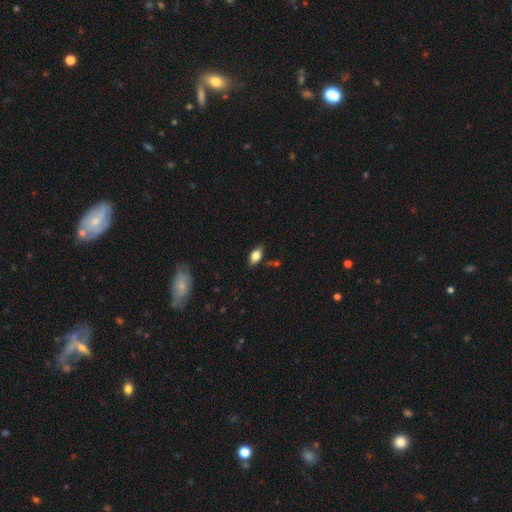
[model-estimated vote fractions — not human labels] Smooth or featured? smooth (75%)
How rounded? in between (89%)
Merging? none (82%)